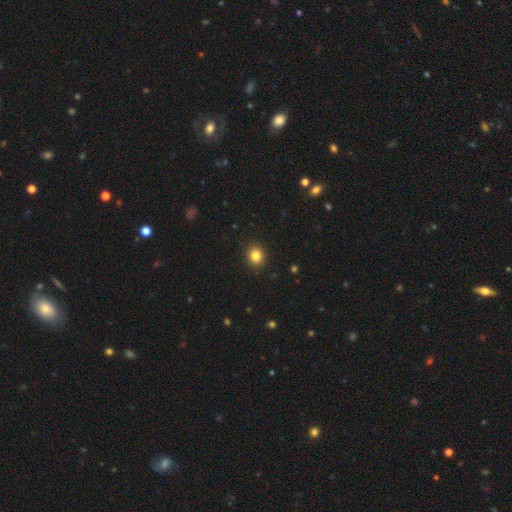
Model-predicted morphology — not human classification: smooth-or-featured: smooth: 84% | star or artifact: 11% | featured or disk: 6%
  how-rounded: round: 74% | in between: 25% | cigar-shaped: 1%
  merging: none: 92% | minor disturbance: 5% | major disturbance: 2% | merger: 1%